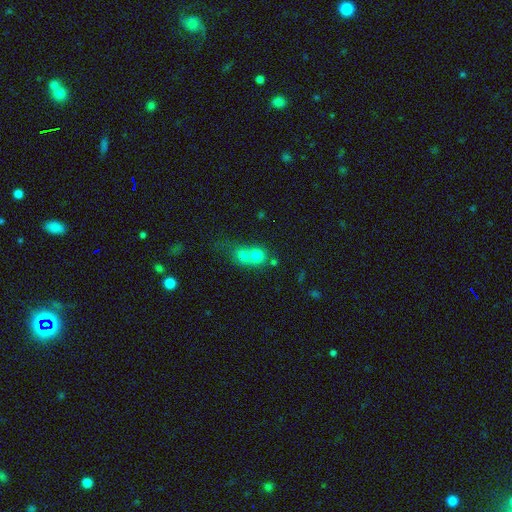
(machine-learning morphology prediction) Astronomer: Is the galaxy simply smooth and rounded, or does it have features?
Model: smooth — 74%.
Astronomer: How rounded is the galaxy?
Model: round — 81%.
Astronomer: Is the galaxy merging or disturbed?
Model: merger — 64%.